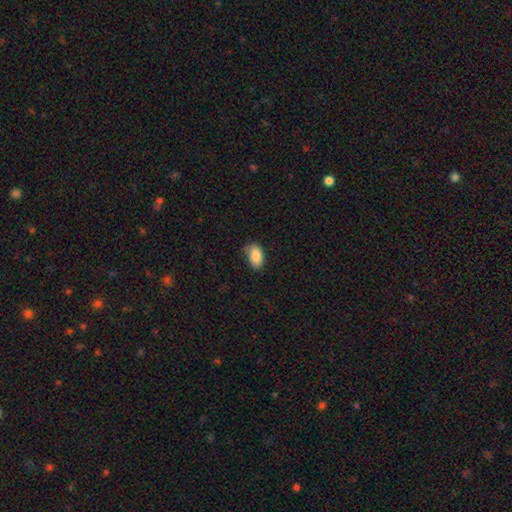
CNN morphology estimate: Q: Smooth or featured?
A: smooth (87%); runner-up: star or artifact (7%)
Q: How rounded?
A: in between (92%); runner-up: round (7%)
Q: Merging?
A: none (70%); runner-up: minor disturbance (24%)